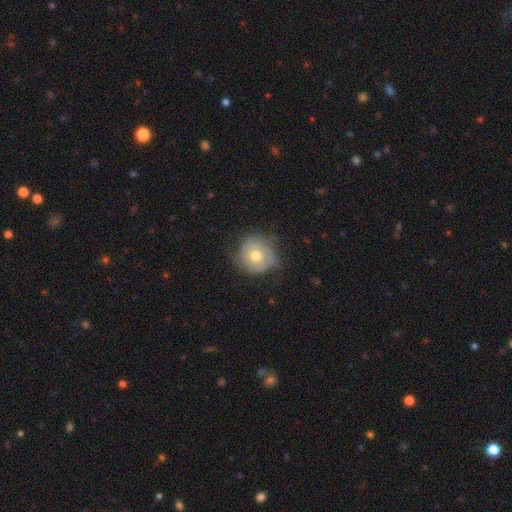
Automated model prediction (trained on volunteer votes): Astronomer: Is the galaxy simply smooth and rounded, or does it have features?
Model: smooth — 51% (runner-up: featured or disk, 41%).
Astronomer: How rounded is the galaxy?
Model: round — 87%.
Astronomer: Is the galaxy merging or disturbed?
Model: none — 58%.